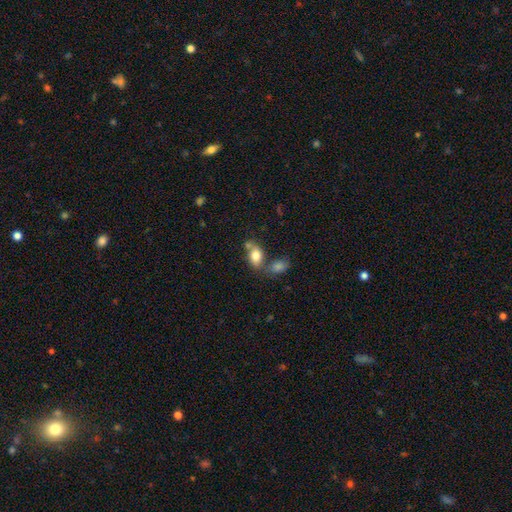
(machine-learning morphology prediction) A smooth galaxy with no disk features (80%) that is in between round and cigar-shaped (84%).

Vote fractions:
- Smooth or featured? smooth: 80% / featured or disk: 12% / star or artifact: 8%
- How rounded? in between: 84% / round: 14% / cigar-shaped: 2%
- Merging? none: 49% / merger: 32% / minor disturbance: 14% / major disturbance: 5%